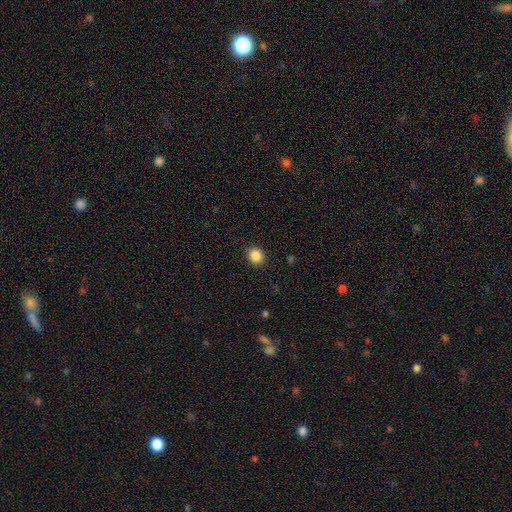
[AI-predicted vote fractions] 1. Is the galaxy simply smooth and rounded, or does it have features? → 88% smooth, 9% star or artifact, 3% featured or disk.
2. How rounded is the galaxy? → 67% round, 32% in between, 1% cigar-shaped.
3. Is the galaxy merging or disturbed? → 90% none, 6% minor disturbance, 2% major disturbance, 1% merger.